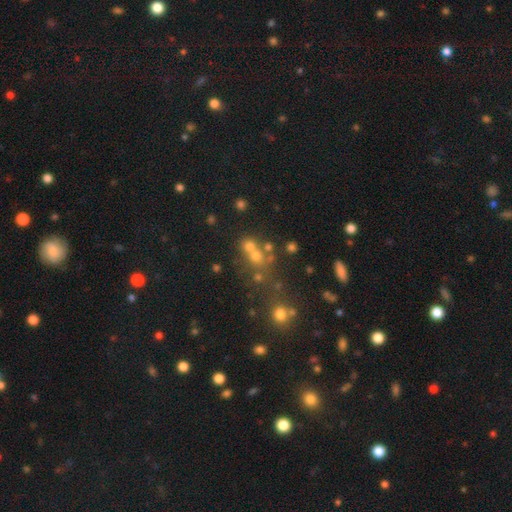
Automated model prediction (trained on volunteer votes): smooth 47%, star or artifact 34%, featured or disk 19%. Down the decision tree: merging — none (45%).